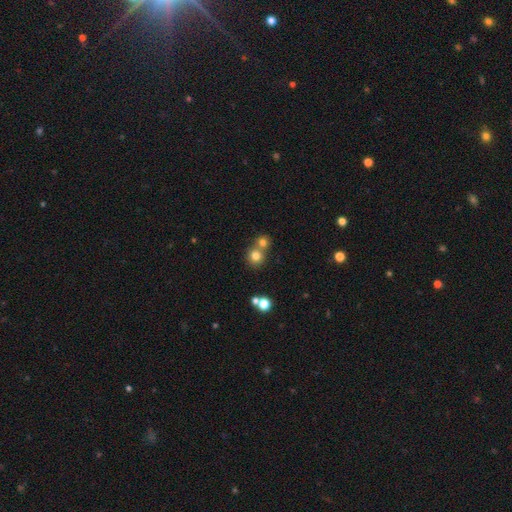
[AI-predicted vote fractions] Smooth or featured: smooth — 77% (star or artifact — 14%)
How rounded: round — 88% (in between — 11%)
Merging: none — 52% (merger — 39%)